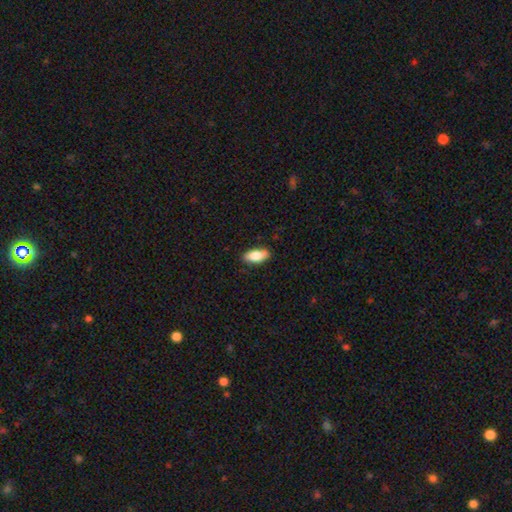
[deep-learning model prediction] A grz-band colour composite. It shows a smooth galaxy with no disk features (81%) that is in between round and cigar-shaped (84%). Merging: none (84%).